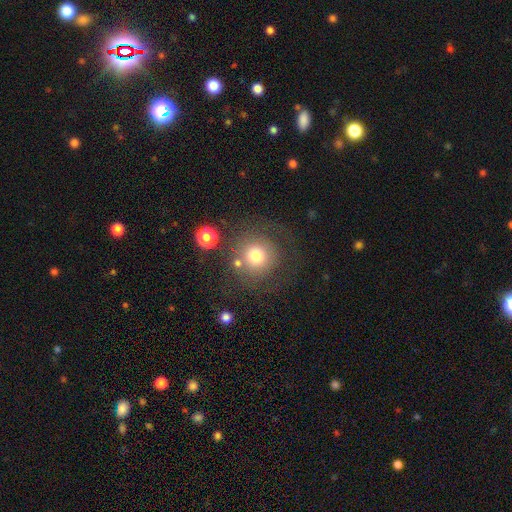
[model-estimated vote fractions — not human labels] A smooth galaxy with no disk features (72%) that is round (93%). Merging: none (68%).